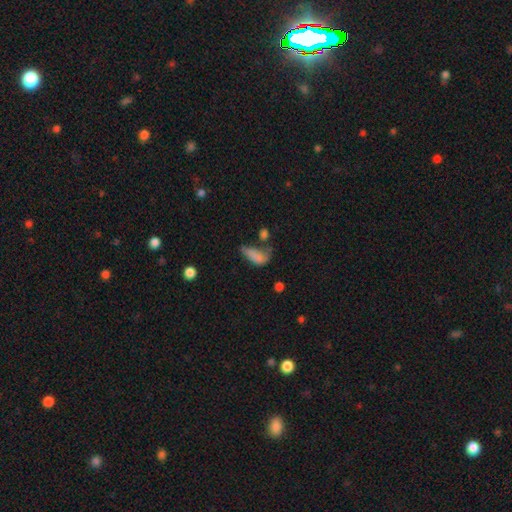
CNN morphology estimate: Smooth or featured? smooth (73%)
How rounded? in between (81%)
Merging? major disturbance (34%)